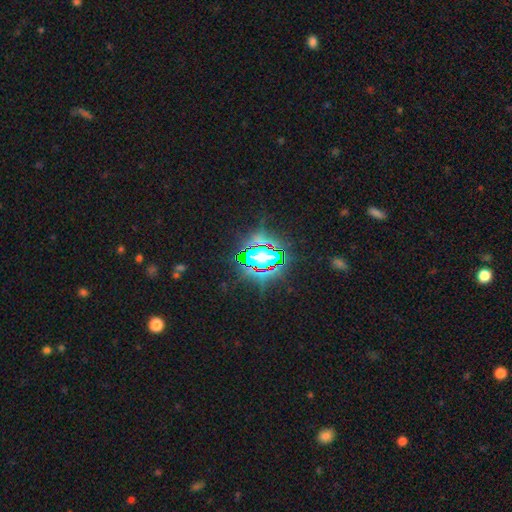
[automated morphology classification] This appears to be a star or artifact, not a galaxy (74%).